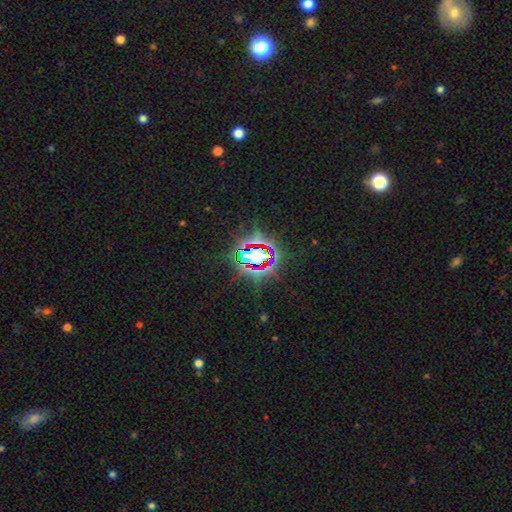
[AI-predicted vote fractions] Smooth or featured?
  - star or artifact: 78% *
  - smooth: 12%
  - featured or disk: 10%